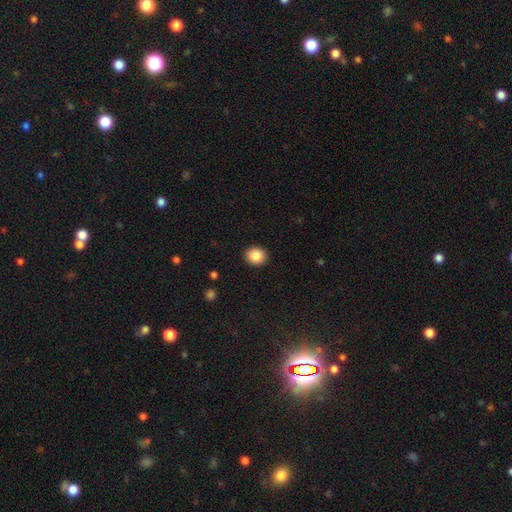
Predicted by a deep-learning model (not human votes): Smooth or featured?
  - smooth: 87% *
  - star or artifact: 9%
  - featured or disk: 4%
How rounded?
  - round: 74% *
  - in between: 25%
  - cigar-shaped: 1%
Merging?
  - none: 91% *
  - minor disturbance: 6%
  - major disturbance: 2%
  - merger: 1%